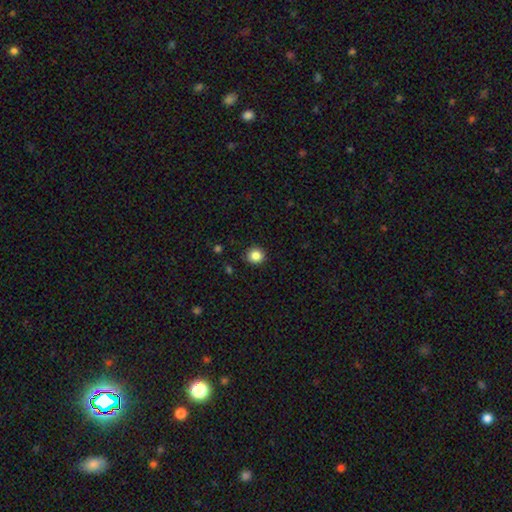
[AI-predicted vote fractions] smooth-or-featured: smooth: 85% | star or artifact: 10% | featured or disk: 4%
  how-rounded: round: 89% | in between: 10% | cigar-shaped: 1%
  merging: none: 90% | minor disturbance: 7% | major disturbance: 2% | merger: 1%